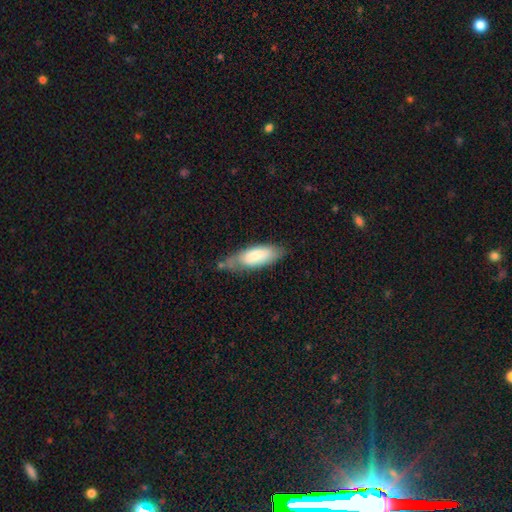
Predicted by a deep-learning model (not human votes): This is likely a smooth galaxy (73%). How rounded: likely in between (68%). Merging: possibly none (54%).